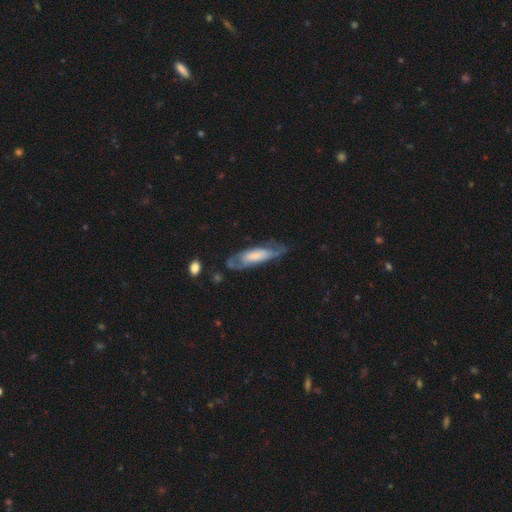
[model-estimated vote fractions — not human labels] Smooth or featured? Predicted: featured or disk (p=0.53). Edge-on disk? Predicted: no (p=0.70). Merging? Predicted: none (p=0.51).